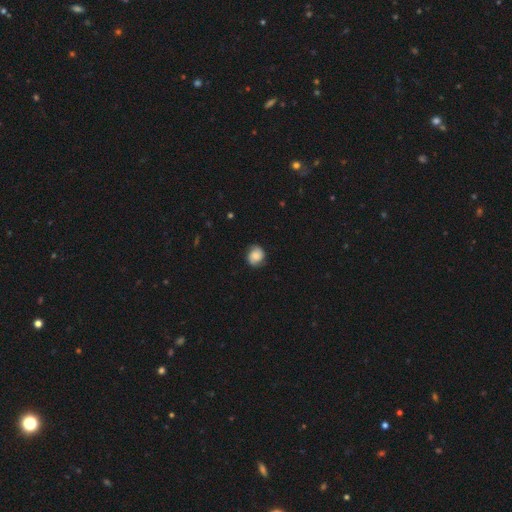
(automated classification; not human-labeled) This is likely a smooth galaxy (63%). How rounded: likely round (75%). Merging: likely none (79%).